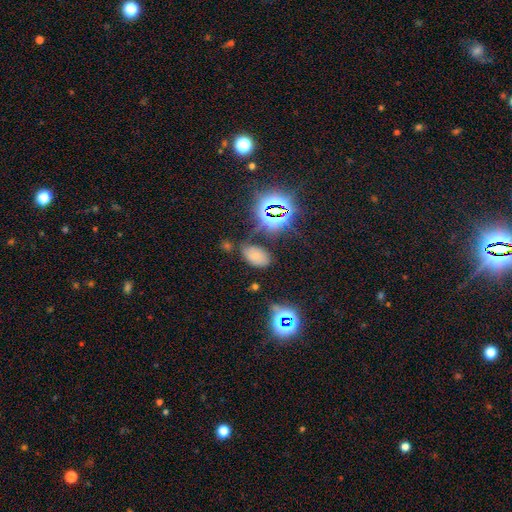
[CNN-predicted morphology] Smooth or featured? smooth (51%)
How rounded? in between (91%)
Merging? none (66%)